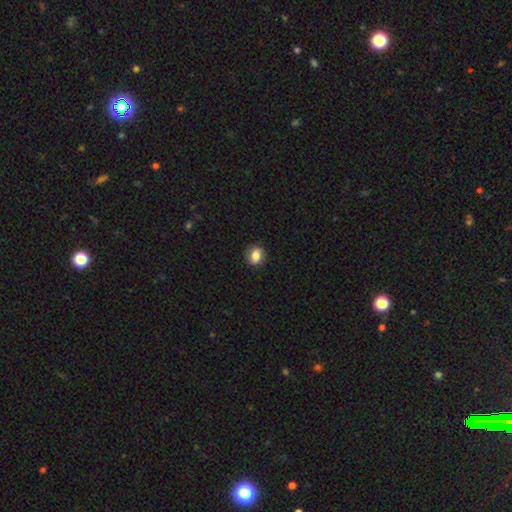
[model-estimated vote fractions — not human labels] This appears to be a smooth galaxy with no disk features (80%) that is round (53%). Merging: none (86%).